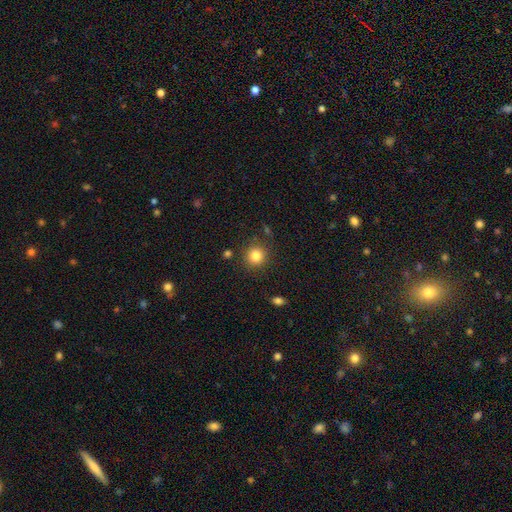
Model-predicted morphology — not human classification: A smooth galaxy with no disk features (83%) that is round (91%).

Vote fractions:
- Smooth or featured? smooth: 83% / star or artifact: 11% / featured or disk: 6%
- How rounded? round: 91% / in between: 8% / cigar-shaped: 1%
- Merging? none: 85% / minor disturbance: 9% / merger: 3% / major disturbance: 3%